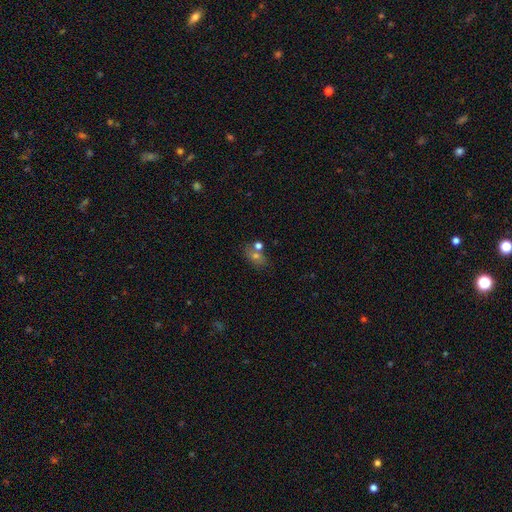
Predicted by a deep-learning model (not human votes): Overall: smooth (57%; star or artifact 24%). How rounded: in between (66%; round 31%). Merging: none (61%; merger 22%).